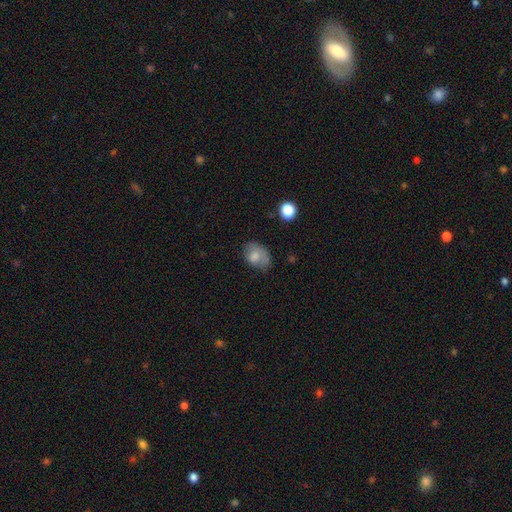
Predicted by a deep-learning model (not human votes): Smooth or featured? Predicted: smooth (p=0.76). How rounded? Predicted: in between (p=0.76). Merging? Predicted: none (p=0.55).